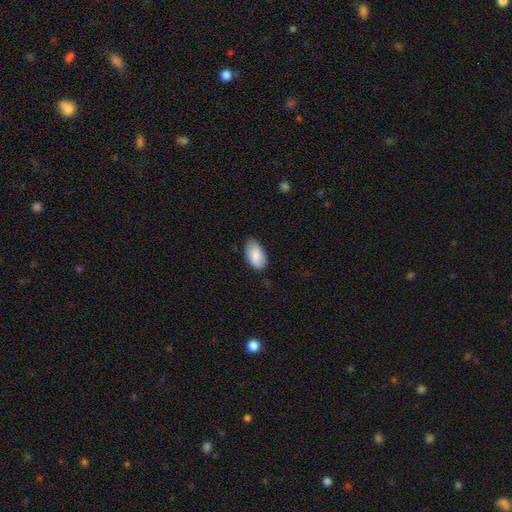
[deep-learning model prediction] A smooth galaxy with no disk features (80%) that is in between round and cigar-shaped (95%).

Vote fractions:
- Smooth or featured? smooth: 80% / featured or disk: 14% / star or artifact: 6%
- How rounded? in between: 95% / round: 3% / cigar-shaped: 2%
- Merging? none: 77% / minor disturbance: 19% / major disturbance: 3% / merger: 1%